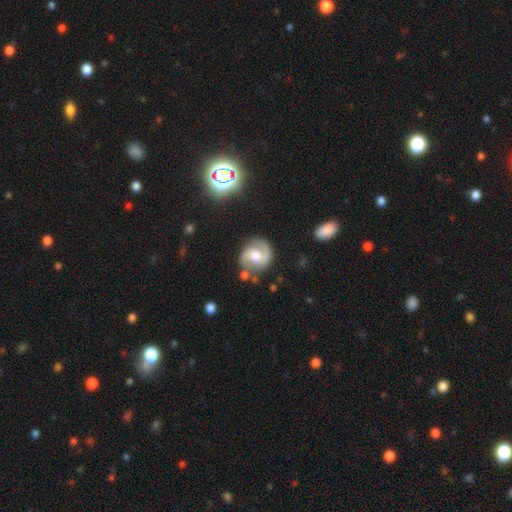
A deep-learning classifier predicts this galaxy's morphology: Smooth or featured: featured or disk — 81% (smooth — 13%)
Edge-on disk: no — 98% (yes — 2%)
Bar: weak — 45% (no — 41%)
Spiral arms: yes — 94% (no — 6%)
Spiral winding: medium — 54% (tight — 24%)
Spiral arm count: 2 — 90% (can't tell — 4%)
Bulge size: moderate — 70% (small — 16%)
Merging: none — 76% (minor disturbance — 15%)